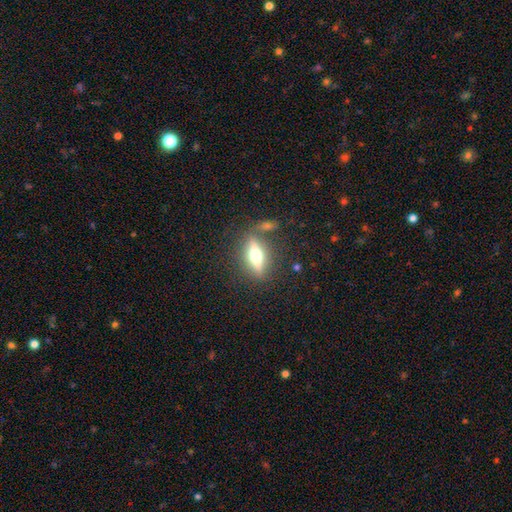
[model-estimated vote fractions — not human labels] The model was most divided on "smooth or featured": featured or disk: 59%, smooth: 34%, star or artifact: 8%. More confident: edge-on bulge — rounded (95%); edge-on disk — yes (87%); merging — none (76%).